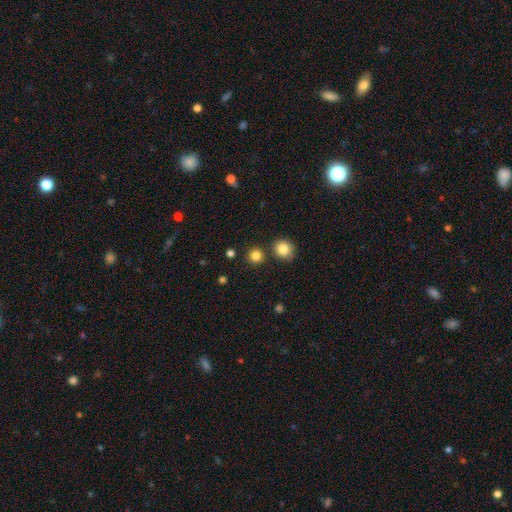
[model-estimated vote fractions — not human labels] Overall: smooth (84%). How rounded: round (93%). Merging: none (84%).